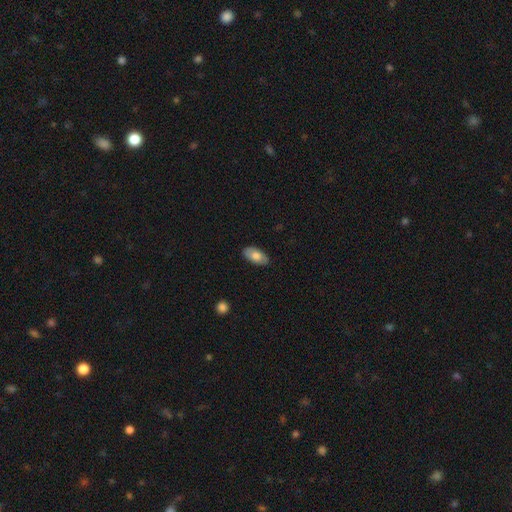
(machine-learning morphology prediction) Smooth or featured? Predicted: smooth (p=0.73). How rounded? Predicted: in between (p=0.94). Merging? Predicted: none (p=0.87).